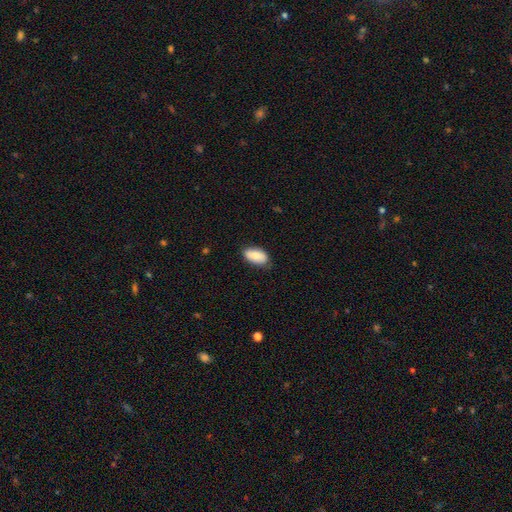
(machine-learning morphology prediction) Smooth or featured?
  - smooth: 81% *
  - featured or disk: 12%
  - star or artifact: 7%
How rounded?
  - in between: 94% *
  - round: 4%
  - cigar-shaped: 2%
Merging?
  - none: 78% *
  - minor disturbance: 18%
  - major disturbance: 3%
  - merger: 1%